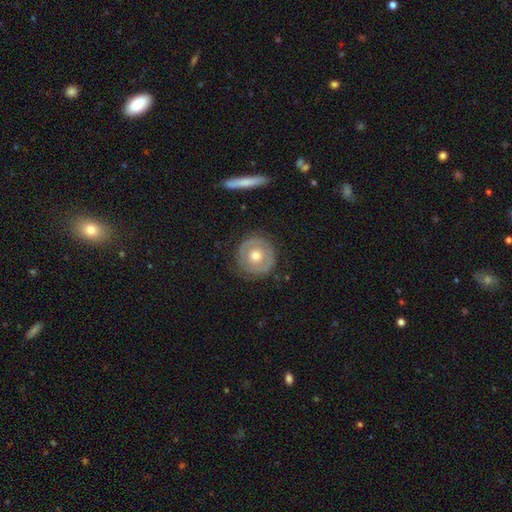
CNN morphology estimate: Overall: featured or disk (51%; smooth 44%). Edge-on disk: no (94%). Merging: none (84%).